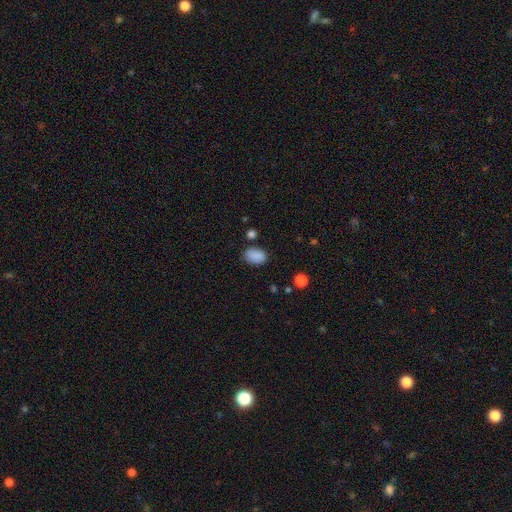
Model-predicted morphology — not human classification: A smooth galaxy with no disk features (87%) that is in between round and cigar-shaped (86%). Merging: none (78%).